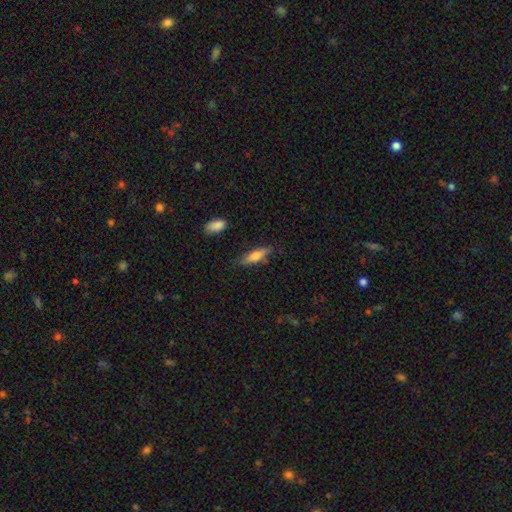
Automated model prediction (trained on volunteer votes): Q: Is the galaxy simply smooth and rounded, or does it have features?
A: smooth — 64%.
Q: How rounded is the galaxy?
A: cigar-shaped — 61%.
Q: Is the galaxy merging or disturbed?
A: none — 76%.